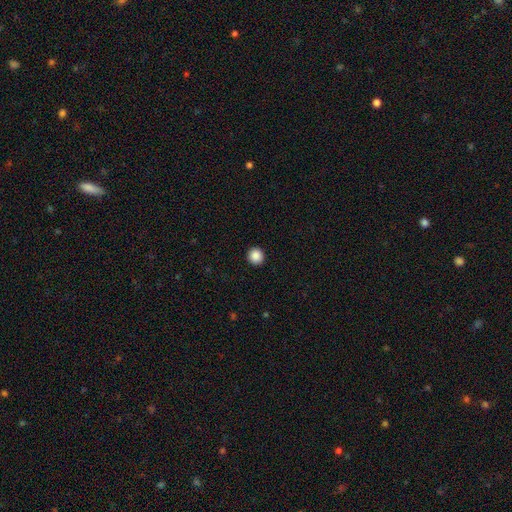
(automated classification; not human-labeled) This appears to be a smooth galaxy with no disk features (88%) that is round (94%). Merging: none (93%).